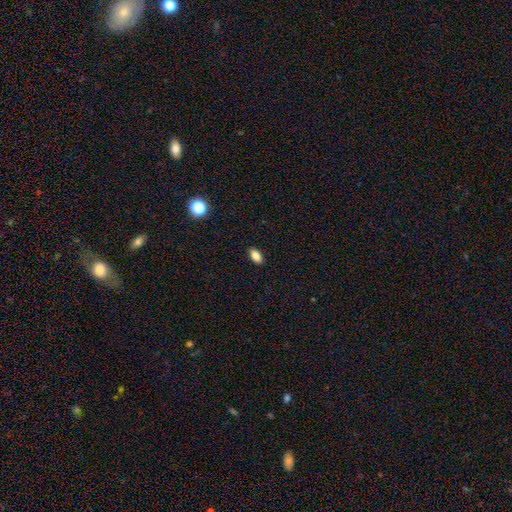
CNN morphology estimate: smooth-or-featured: smooth: 85% | star or artifact: 10% | featured or disk: 6%
  how-rounded: in between: 90% | round: 7% | cigar-shaped: 3%
  merging: none: 90% | minor disturbance: 7% | major disturbance: 2% | merger: 1%